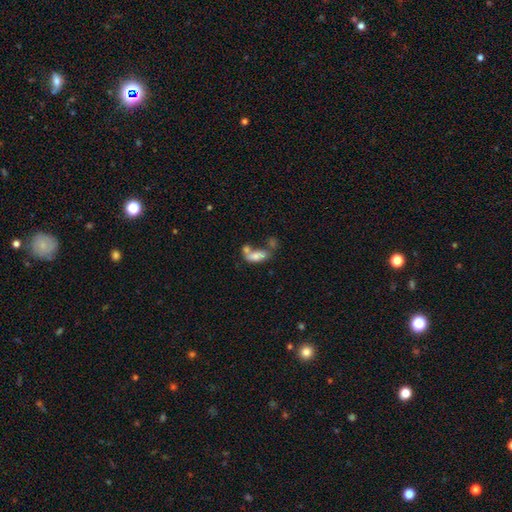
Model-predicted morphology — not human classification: A smooth galaxy with no disk features (72%) that is in between round and cigar-shaped (81%).

Vote fractions:
- Smooth or featured? smooth: 72% / featured or disk: 19% / star or artifact: 9%
- How rounded? in between: 81% / cigar-shaped: 15% / round: 4%
- Merging? merger: 50% / none: 27% / minor disturbance: 13% / major disturbance: 10%